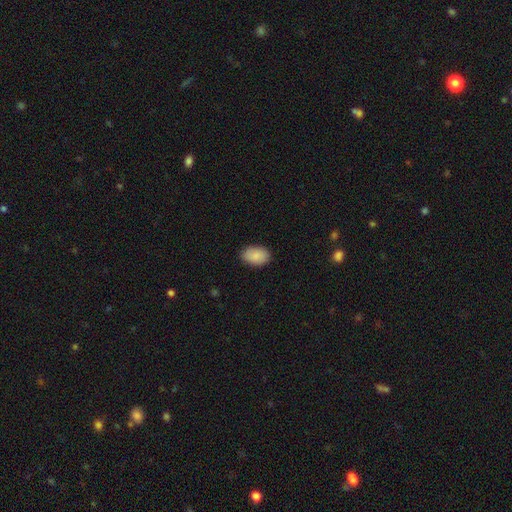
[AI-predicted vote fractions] Smooth or featured: smooth — 89% (star or artifact — 6%)
How rounded: in between — 90% (round — 9%)
Merging: none — 87% (minor disturbance — 10%)